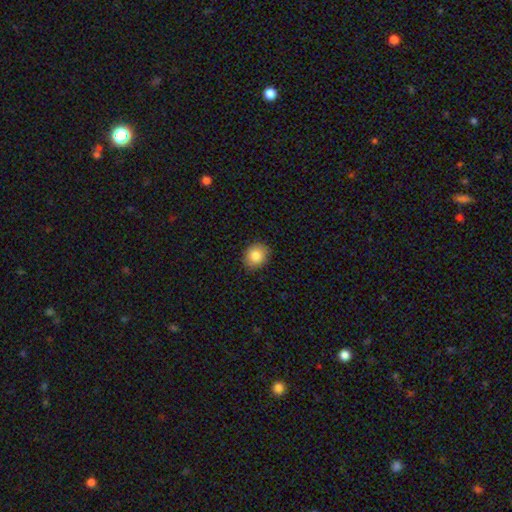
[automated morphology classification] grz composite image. It shows a smooth galaxy with no disk features (84%) that is round (63%). Merging: none (88%).